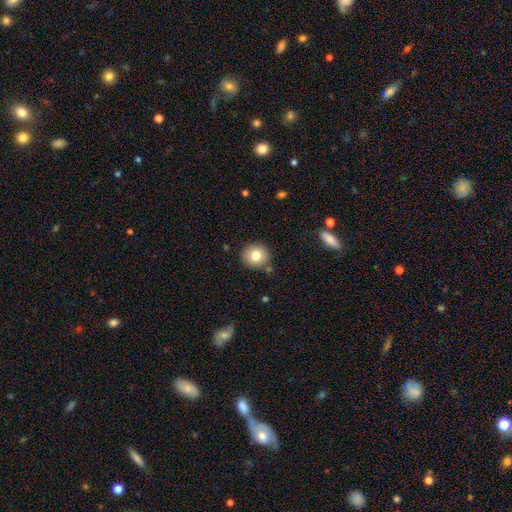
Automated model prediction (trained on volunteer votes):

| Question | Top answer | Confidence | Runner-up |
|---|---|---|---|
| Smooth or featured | smooth | 79% | featured or disk (11%) |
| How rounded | round | 87% | in between (12%) |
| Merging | none | 84% | minor disturbance (10%) |